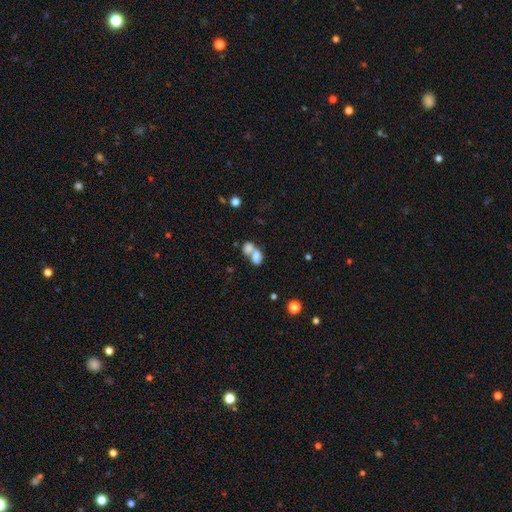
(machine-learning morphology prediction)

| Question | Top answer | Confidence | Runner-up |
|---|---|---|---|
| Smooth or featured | smooth | 70% | featured or disk (20%) |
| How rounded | in between | 77% | round (21%) |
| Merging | merger | 74% | none (15%) |